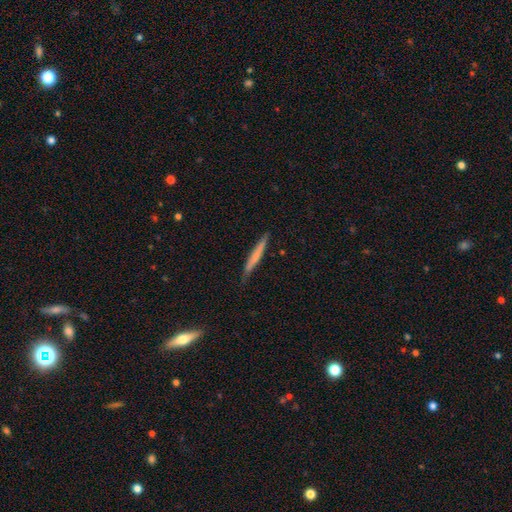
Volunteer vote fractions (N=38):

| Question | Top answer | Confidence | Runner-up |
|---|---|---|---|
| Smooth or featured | smooth | 50% | featured or disk (45%) |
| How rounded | cigar-shaped | 100% | — |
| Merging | none | 81% | minor disturbance (17%) |